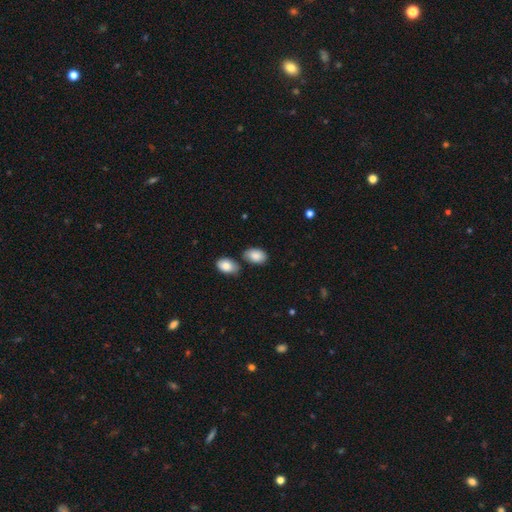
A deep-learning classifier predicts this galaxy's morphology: A smooth galaxy with no disk features (86%) that is in between round and cigar-shaped (90%). Merging: none (63%).